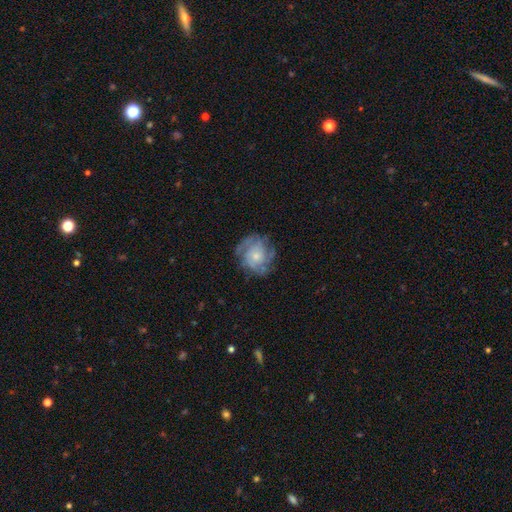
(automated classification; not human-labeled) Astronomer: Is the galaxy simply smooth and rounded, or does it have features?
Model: featured or disk — 74%.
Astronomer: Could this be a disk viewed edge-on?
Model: no — 98%.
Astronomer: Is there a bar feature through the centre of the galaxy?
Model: no — 79%.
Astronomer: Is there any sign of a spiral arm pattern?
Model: yes — 89%.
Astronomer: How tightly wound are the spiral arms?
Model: tight — 53% (runner-up: medium, 36%).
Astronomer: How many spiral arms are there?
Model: can't tell — 34% (runner-up: 3, 22%).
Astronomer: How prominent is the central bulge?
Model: small — 50% (runner-up: moderate, 40%).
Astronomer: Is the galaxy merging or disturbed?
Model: none — 71%.